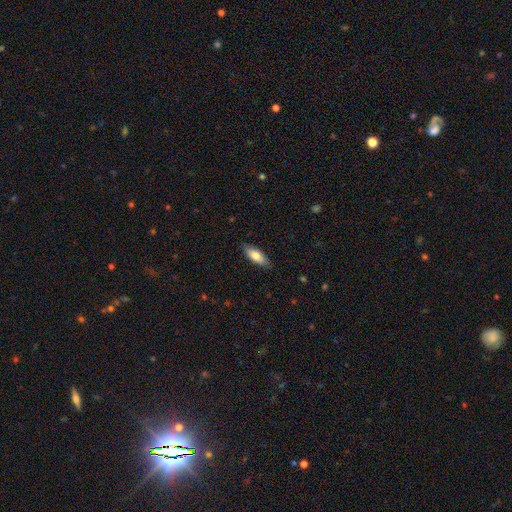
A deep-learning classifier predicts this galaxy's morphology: Smooth or featured? smooth (77%)
How rounded? in between (68%)
Merging? none (86%)